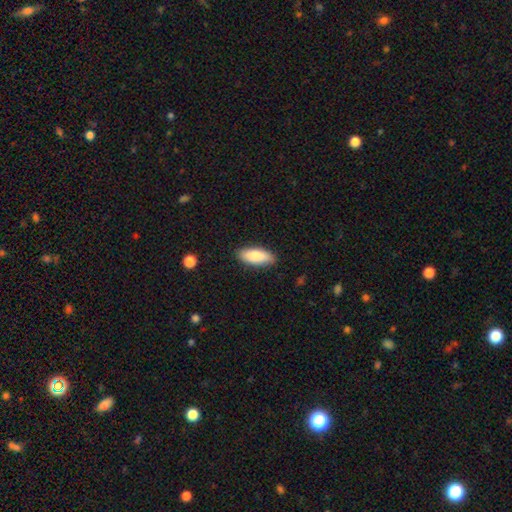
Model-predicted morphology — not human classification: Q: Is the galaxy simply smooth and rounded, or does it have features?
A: smooth — 85%.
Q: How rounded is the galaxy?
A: in between — 76%.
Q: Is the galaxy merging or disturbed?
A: none — 87%.